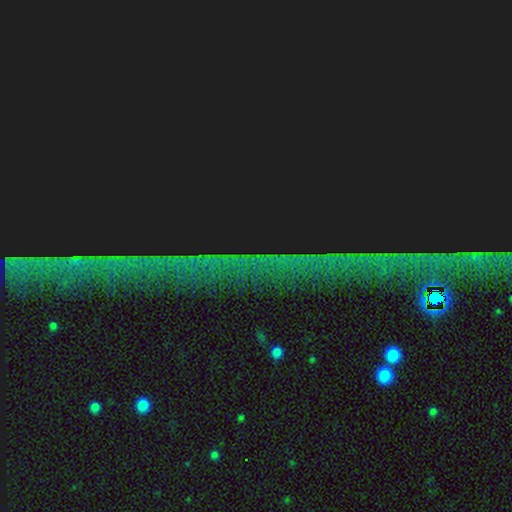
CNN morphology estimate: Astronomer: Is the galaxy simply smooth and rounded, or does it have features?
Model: star or artifact — 84%.